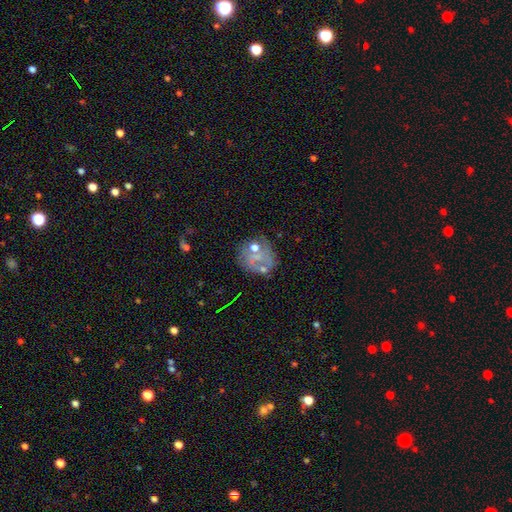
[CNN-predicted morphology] A featured or disk galaxy (43%).

Vote fractions:
- Smooth or featured? featured or disk: 43% / smooth: 33% / star or artifact: 24%
- Merging? none: 63% / minor disturbance: 16% / major disturbance: 12% / merger: 9%